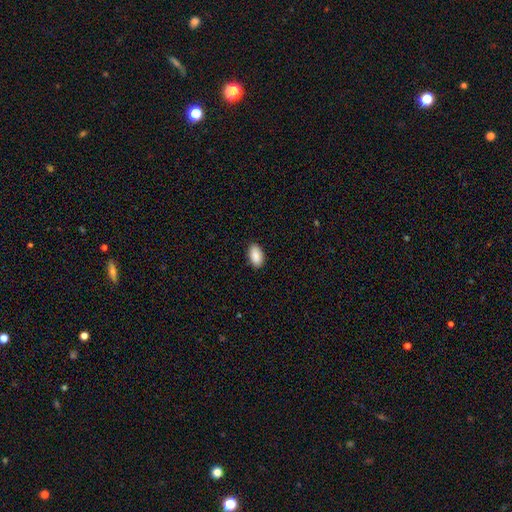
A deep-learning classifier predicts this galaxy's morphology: smooth-or-featured: smooth: 90% | star or artifact: 6% | featured or disk: 4%
  how-rounded: in between: 95% | round: 3% | cigar-shaped: 2%
  merging: none: 89% | minor disturbance: 8% | major disturbance: 2% | merger: 1%